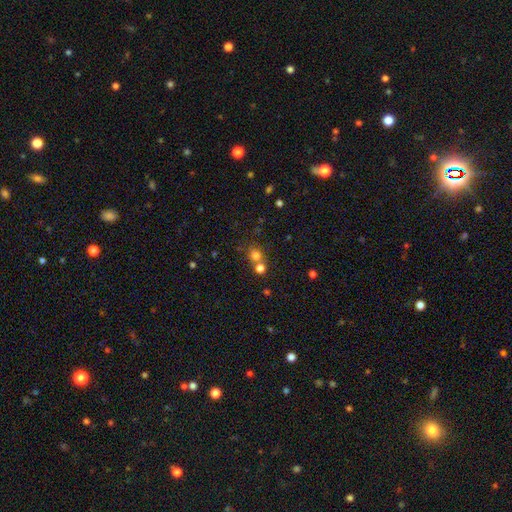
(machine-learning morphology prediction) Smooth or featured? Predicted: smooth (p=0.73). How rounded? Predicted: round (p=0.82). Merging? Predicted: none (p=0.59).